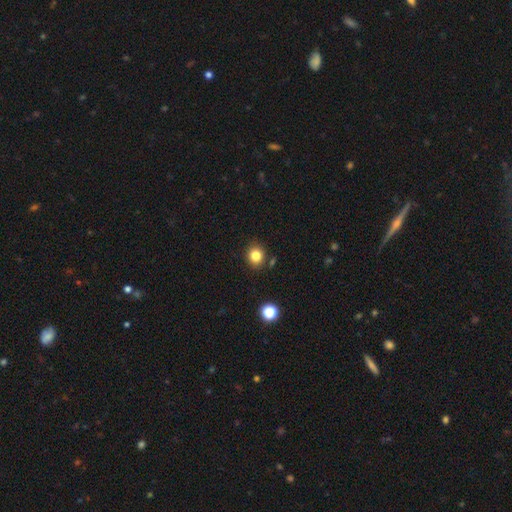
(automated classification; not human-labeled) Q: Smooth or featured?
A: smooth (82%); runner-up: star or artifact (12%)
Q: How rounded?
A: round (77%); runner-up: in between (23%)
Q: Merging?
A: none (86%); runner-up: minor disturbance (9%)